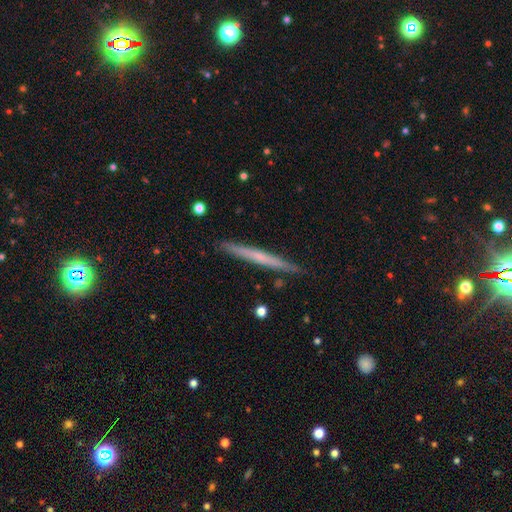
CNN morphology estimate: A featured or disk galaxy (57%) viewed edge-on (97%) with no central bulge (68%). Merging: none (90%).